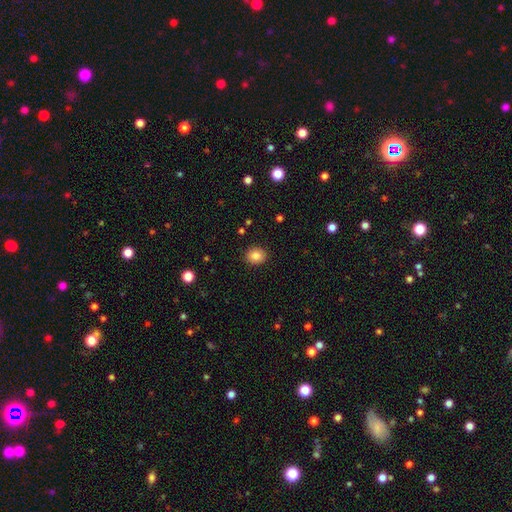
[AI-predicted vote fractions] A smooth galaxy with no disk features (85%) that is round (69%).

Vote fractions:
- Smooth or featured? smooth: 85% / star or artifact: 10% / featured or disk: 6%
- How rounded? round: 69% / in between: 30% / cigar-shaped: 1%
- Merging? none: 90% / minor disturbance: 7% / major disturbance: 2% / merger: 1%